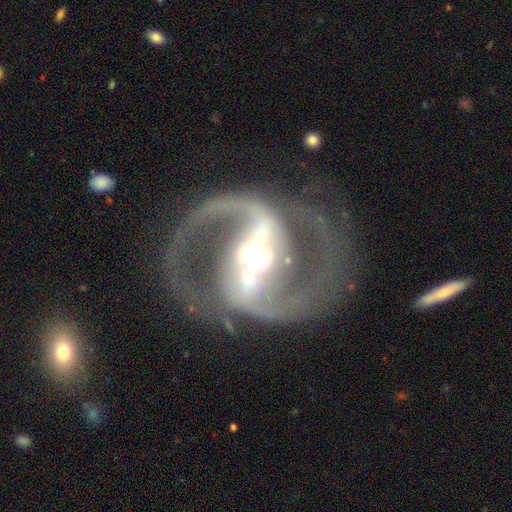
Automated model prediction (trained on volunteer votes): A featured or disk galaxy (93%) with a strong bar (73%), 2 (94%) medium (65%) spiral arms (98%) and a moderate central bulge (59%).

Vote fractions:
- Smooth or featured? featured or disk: 93% / star or artifact: 4% / smooth: 3%
- Edge-on disk? no: 97% / yes: 3%
- Bar? strong: 73% / weak: 19% / no: 8%
- Spiral arms? yes: 98% / no: 2%
- Spiral winding? medium: 65% / tight: 20% / loose: 15%
- Spiral arm count? 2: 94% / 3: 2% / can't tell: 1% / 1: 1% / 4: 1% / more than 4: 1%
- Bulge size? moderate: 59% / large: 20% / small: 17% / dominant: 2% / none: 1%
- Merging? none: 75% / minor disturbance: 12% / major disturbance: 9% / merger: 4%